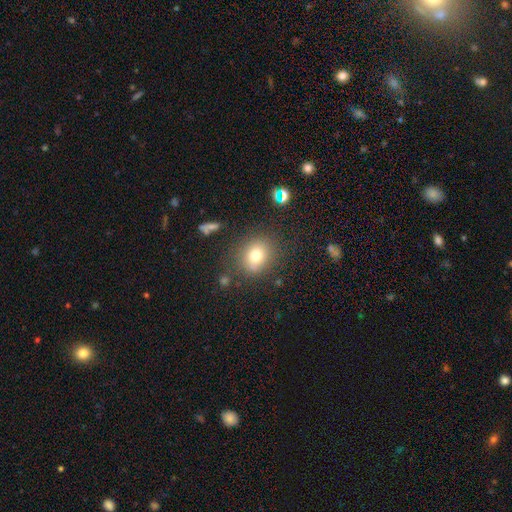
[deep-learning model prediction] Smooth or featured? Predicted: smooth (p=0.76). How rounded? Predicted: round (p=0.69). Merging? Predicted: none (p=0.79).